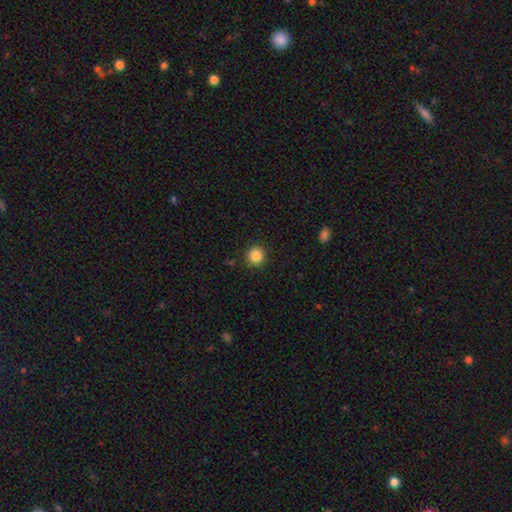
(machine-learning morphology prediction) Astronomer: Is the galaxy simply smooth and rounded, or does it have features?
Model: smooth — 86%.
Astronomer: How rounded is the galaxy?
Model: round — 93%.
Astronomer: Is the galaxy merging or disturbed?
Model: none — 91%.